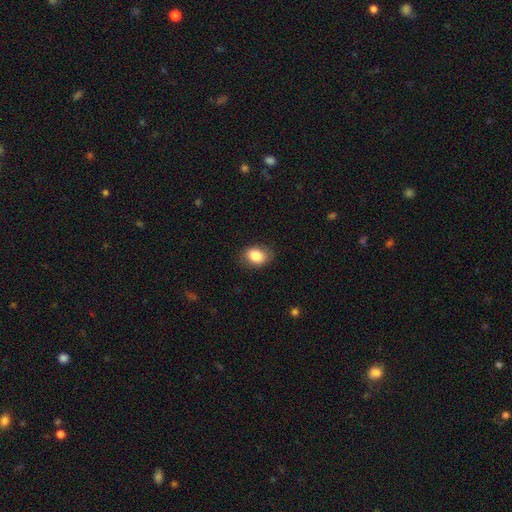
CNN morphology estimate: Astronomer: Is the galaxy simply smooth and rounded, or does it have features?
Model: smooth — 85%.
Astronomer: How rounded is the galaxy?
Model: in between — 69%.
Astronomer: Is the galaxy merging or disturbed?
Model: none — 81%.